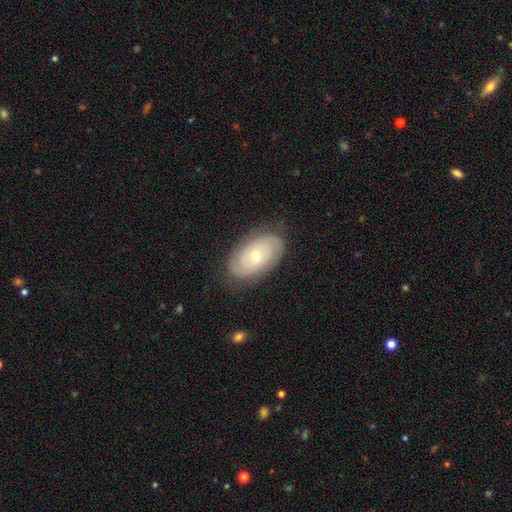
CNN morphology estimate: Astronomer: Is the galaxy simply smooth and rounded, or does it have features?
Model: featured or disk — 66%.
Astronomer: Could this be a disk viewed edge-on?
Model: no — 95%.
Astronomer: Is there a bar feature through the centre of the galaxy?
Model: no — 75%.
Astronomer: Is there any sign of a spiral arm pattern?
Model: yes — 86%.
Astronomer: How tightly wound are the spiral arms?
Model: tight — 71%.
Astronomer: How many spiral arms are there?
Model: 2 — 46% (runner-up: can't tell, 36%).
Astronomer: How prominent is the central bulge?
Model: small — 56% (runner-up: moderate, 41%).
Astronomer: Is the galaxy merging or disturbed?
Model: none — 81%.